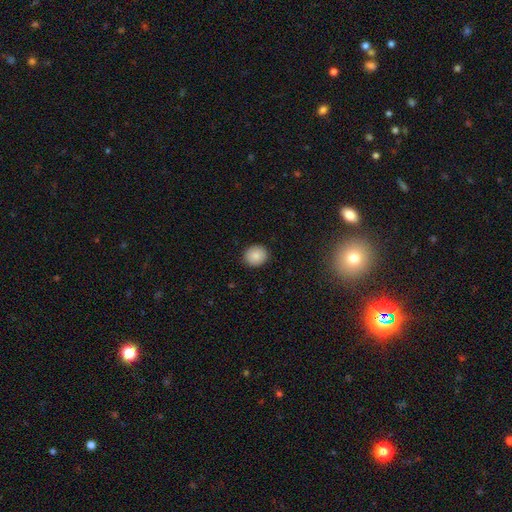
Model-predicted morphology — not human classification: smooth-or-featured: smooth: 87% | star or artifact: 8% | featured or disk: 5%
  how-rounded: round: 82% | in between: 17% | cigar-shaped: 1%
  merging: none: 91% | minor disturbance: 6% | major disturbance: 2% | merger: 1%